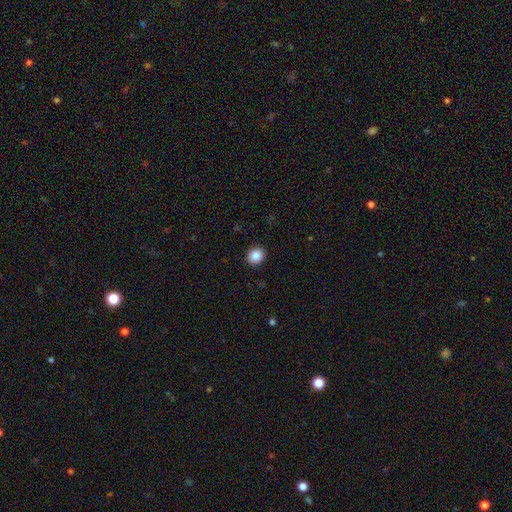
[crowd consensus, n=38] Volunteers were most divided on "how rounded": round: 86%, in between: 14%, cigar-shaped: 0%. More confident: smooth or featured — smooth (92%); merging — none (89%).